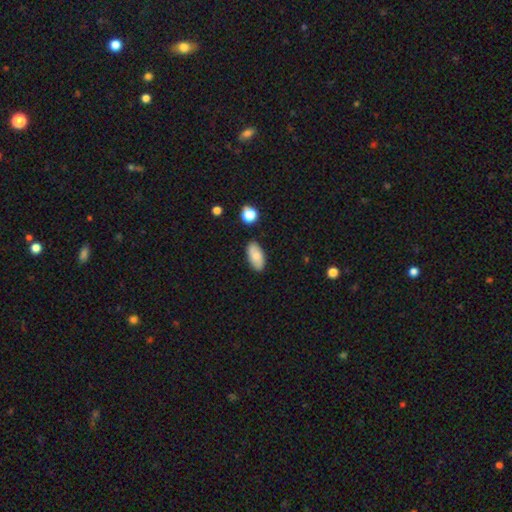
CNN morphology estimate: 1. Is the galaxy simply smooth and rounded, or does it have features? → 72% smooth, 20% featured or disk, 7% star or artifact.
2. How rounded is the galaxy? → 92% in between, 4% cigar-shaped, 4% round.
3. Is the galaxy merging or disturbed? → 84% none, 11% minor disturbance, 2% merger, 2% major disturbance.